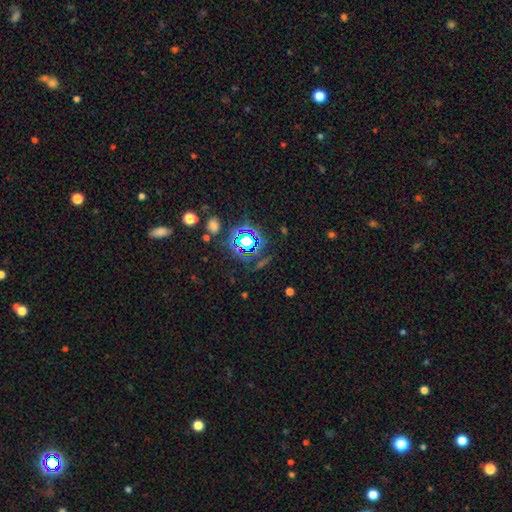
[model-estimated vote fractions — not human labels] A star or artifact, not a galaxy (72%).

Vote fractions:
- Smooth or featured? star or artifact: 72% / smooth: 17% / featured or disk: 11%